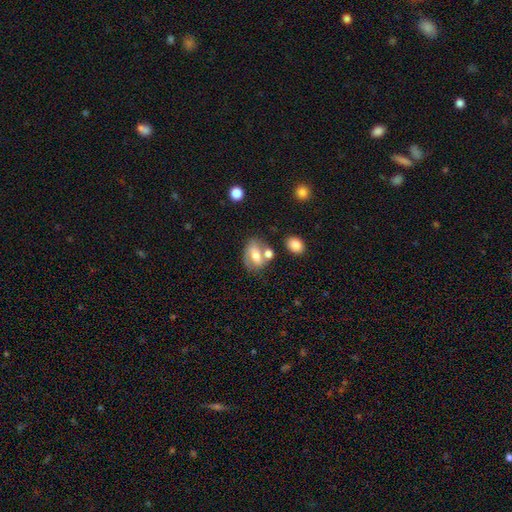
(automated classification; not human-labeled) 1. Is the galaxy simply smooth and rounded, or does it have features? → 48% smooth, 43% featured or disk, 9% star or artifact.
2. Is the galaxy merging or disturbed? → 49% none, 24% merger, 18% minor disturbance, 8% major disturbance.